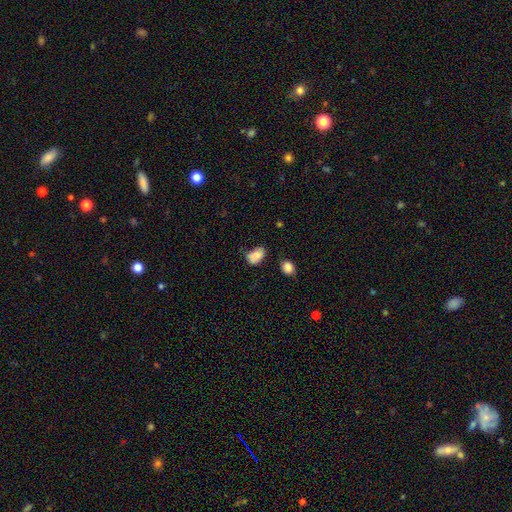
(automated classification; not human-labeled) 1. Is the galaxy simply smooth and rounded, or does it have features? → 84% smooth, 9% star or artifact, 7% featured or disk.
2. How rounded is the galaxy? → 86% in between, 13% round, 1% cigar-shaped.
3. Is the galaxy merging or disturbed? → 53% none, 32% minor disturbance, 8% major disturbance, 6% merger.